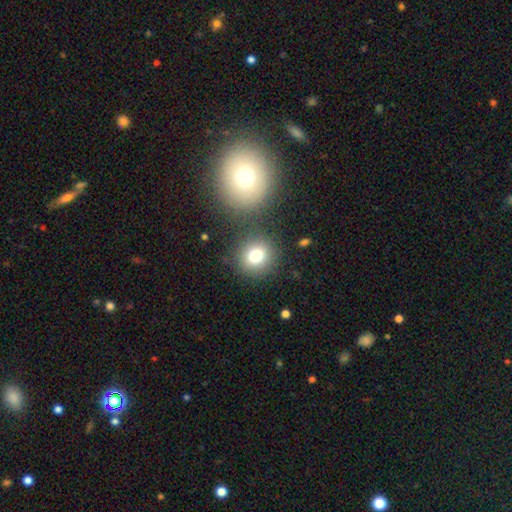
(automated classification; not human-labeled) Smooth or featured? Predicted: smooth (p=0.77). How rounded? Predicted: round (p=0.85). Merging? Predicted: none (p=0.81).